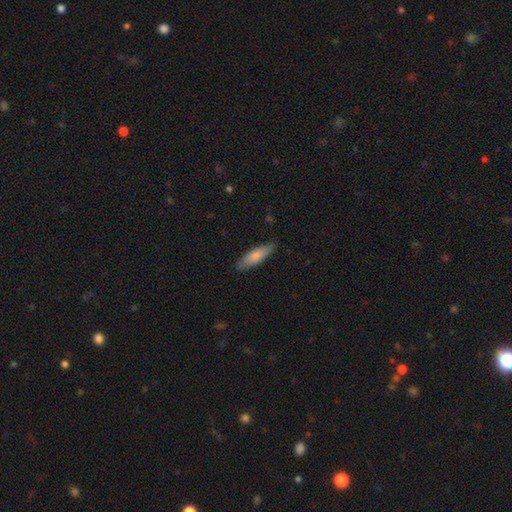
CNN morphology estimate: Smooth or featured? Predicted: smooth (p=0.78). How rounded? Predicted: cigar-shaped (p=0.61). Merging? Predicted: none (p=0.83).